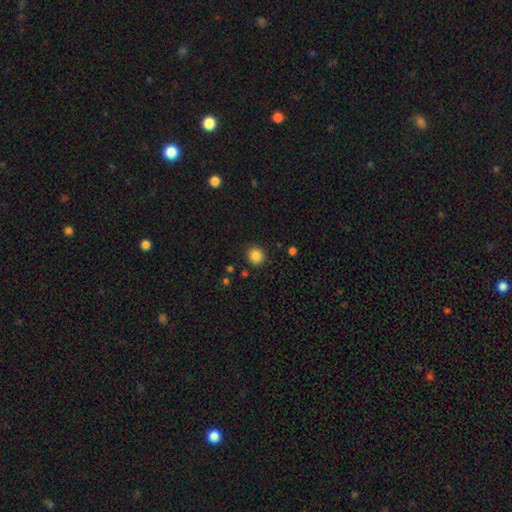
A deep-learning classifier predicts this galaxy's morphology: A smooth galaxy with no disk features (86%) that is round (90%). Merging: none (90%).